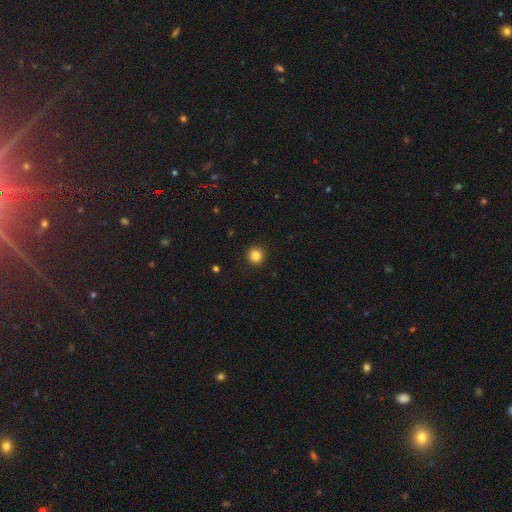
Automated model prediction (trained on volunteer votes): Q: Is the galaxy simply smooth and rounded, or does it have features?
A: smooth — 85%.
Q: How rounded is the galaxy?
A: round — 94%.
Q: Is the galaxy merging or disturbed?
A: none — 92%.